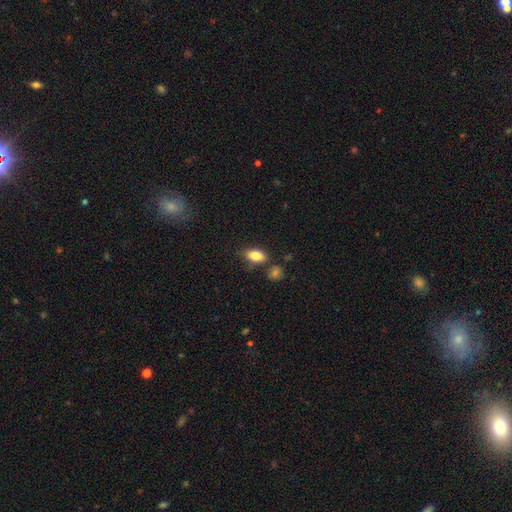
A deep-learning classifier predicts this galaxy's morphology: smooth_or_featured: smooth (p=0.83) [alt: featured or disk p=0.09]
how_rounded: in between (p=0.89) [alt: round p=0.07]
merging: none (p=0.73) [alt: minor disturbance p=0.16]